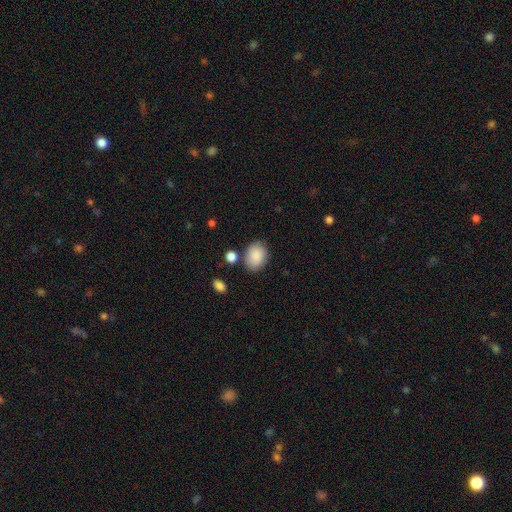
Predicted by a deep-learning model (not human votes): Smooth or featured? Predicted: smooth (p=0.88). How rounded? Predicted: in between (p=0.67). Merging? Predicted: none (p=0.76).